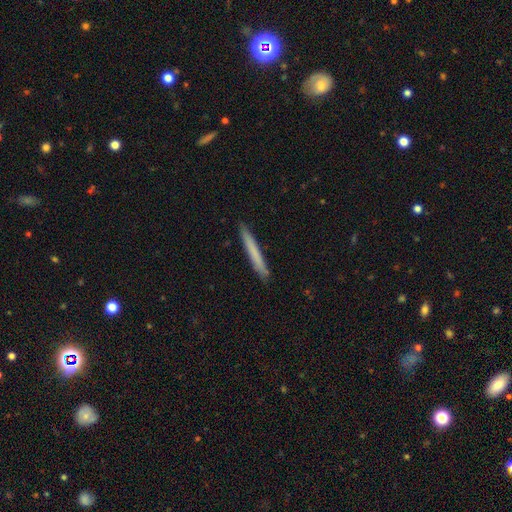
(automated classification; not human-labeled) This is likely a smooth galaxy (70%). How rounded: clearly cigar-shaped (97%). Merging: clearly none (91%).